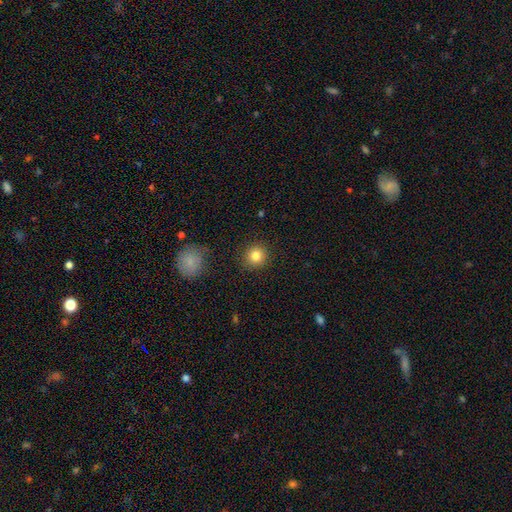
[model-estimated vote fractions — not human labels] A smooth galaxy with no disk features (84%) that is round (90%).

Vote fractions:
- Smooth or featured? smooth: 84% / star or artifact: 10% / featured or disk: 6%
- How rounded? round: 90% / in between: 9% / cigar-shaped: 1%
- Merging? none: 89% / minor disturbance: 7% / major disturbance: 2% / merger: 1%